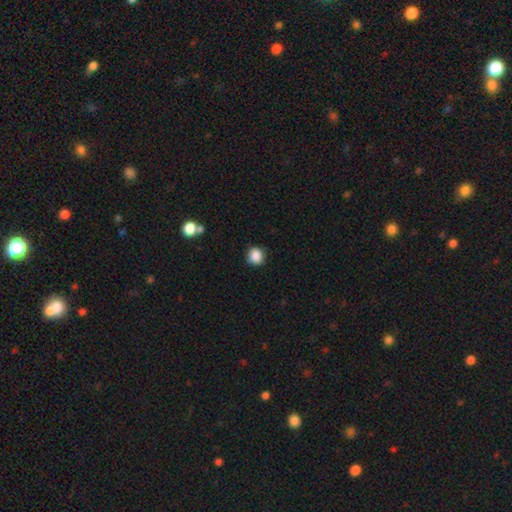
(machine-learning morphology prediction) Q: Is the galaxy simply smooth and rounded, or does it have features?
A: smooth — 87%.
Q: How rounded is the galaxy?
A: round — 86%.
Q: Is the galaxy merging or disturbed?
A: none — 86%.